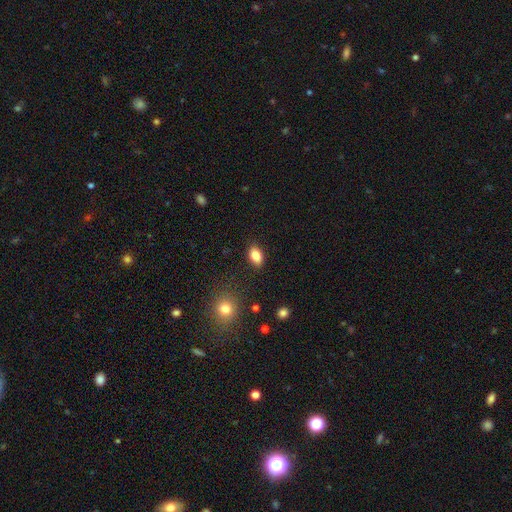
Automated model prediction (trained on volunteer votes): Smooth or featured? Predicted: smooth (p=0.86). How rounded? Predicted: in between (p=0.88). Merging? Predicted: none (p=0.86).